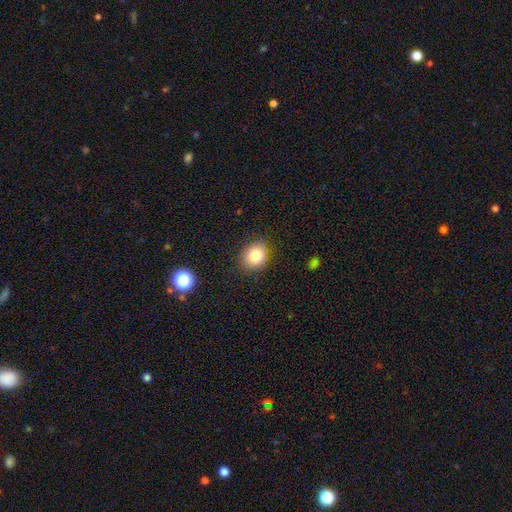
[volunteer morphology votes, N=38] type=smooth (92%); roundness=round (54%); merging=none (86%).